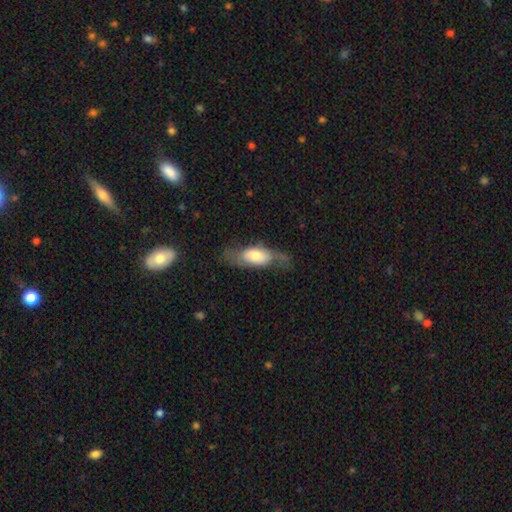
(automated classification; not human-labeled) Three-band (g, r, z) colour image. It shows a smooth galaxy with no disk features (48%). Merging: none (57%).